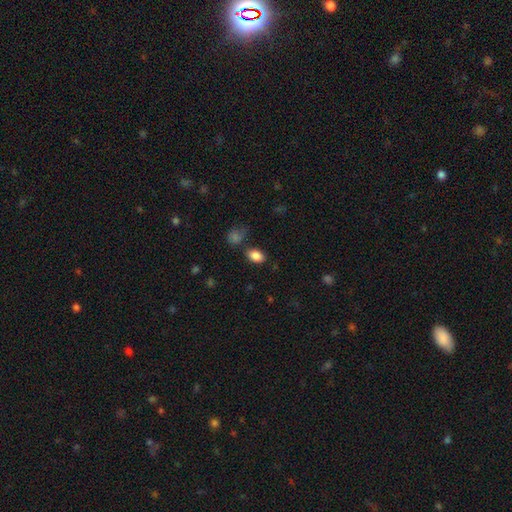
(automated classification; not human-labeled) Overall: smooth (86%). How rounded: in between (86%). Merging: none (79%).